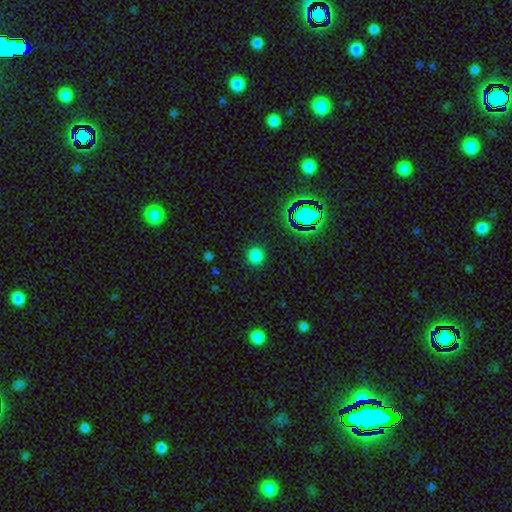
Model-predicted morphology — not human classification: smooth-or-featured: smooth: 78% | star or artifact: 17% | featured or disk: 5%
  how-rounded: round: 94% | in between: 6% | cigar-shaped: 1%
  merging: none: 91% | minor disturbance: 6% | major disturbance: 3% | merger: 1%